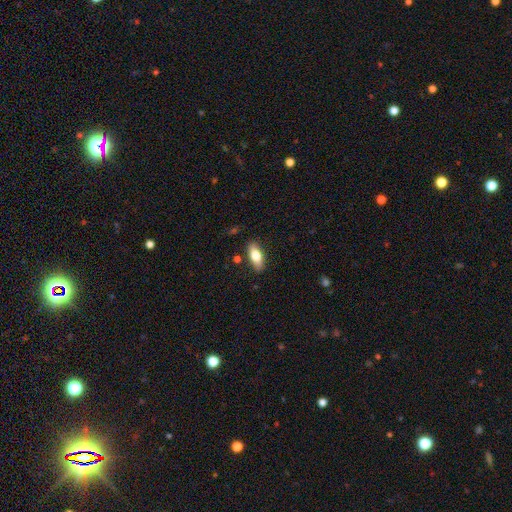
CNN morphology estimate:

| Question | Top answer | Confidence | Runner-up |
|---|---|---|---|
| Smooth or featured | smooth | 74% | featured or disk (20%) |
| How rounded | in between | 80% | cigar-shaped (17%) |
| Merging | none | 85% | minor disturbance (11%) |